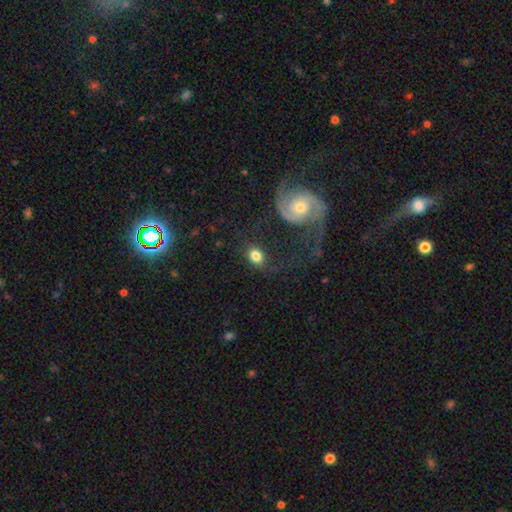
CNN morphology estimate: This is likely a smooth galaxy (73%). How rounded: likely in between (63%). Merging: likely none (62%).